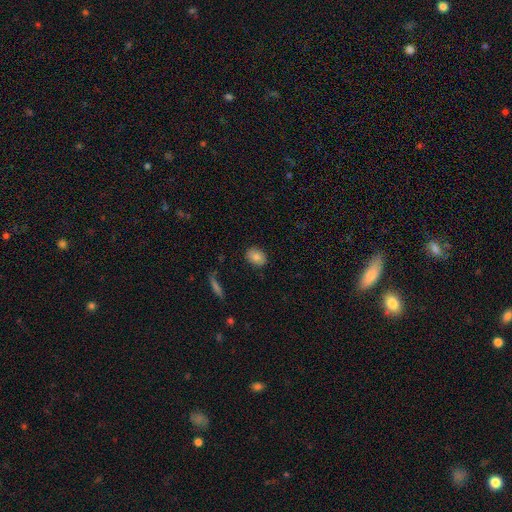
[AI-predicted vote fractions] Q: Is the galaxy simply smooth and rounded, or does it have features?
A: smooth — 81%.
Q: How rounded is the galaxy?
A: in between — 66%.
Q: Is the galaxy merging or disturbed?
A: none — 85%.